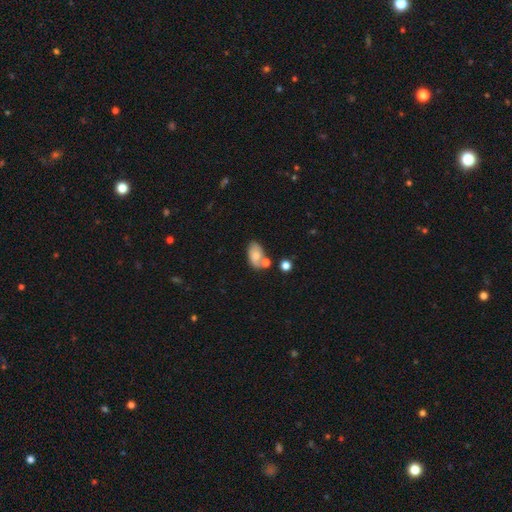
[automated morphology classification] Smooth or featured? smooth (69%)
How rounded? in between (91%)
Merging? none (48%)